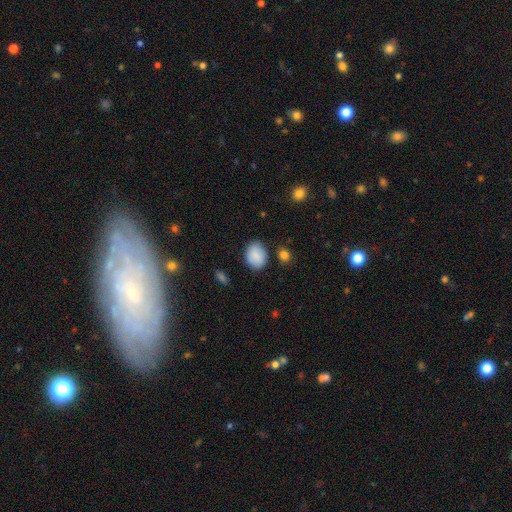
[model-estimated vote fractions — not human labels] smooth_or_featured: smooth (p=0.88) [alt: star or artifact p=0.07]
how_rounded: in between (p=0.63) [alt: round p=0.36]
merging: none (p=0.81) [alt: minor disturbance p=0.13]